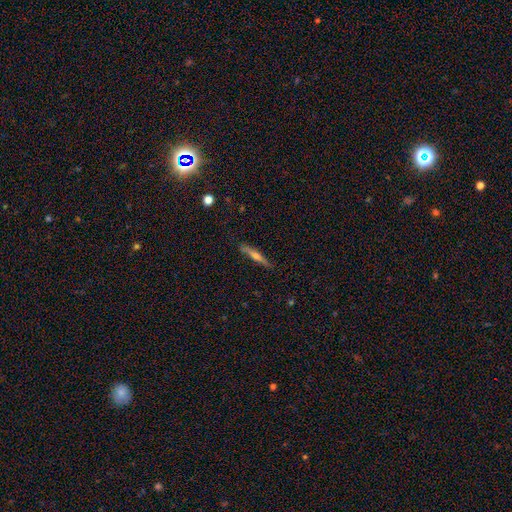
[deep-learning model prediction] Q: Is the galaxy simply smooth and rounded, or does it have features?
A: featured or disk — 56%.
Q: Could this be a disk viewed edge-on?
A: yes — 96%.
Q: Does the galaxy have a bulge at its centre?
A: rounded — 82%.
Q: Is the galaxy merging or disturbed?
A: none — 86%.